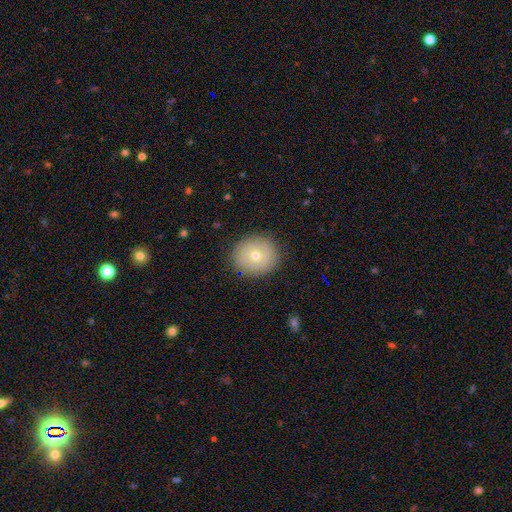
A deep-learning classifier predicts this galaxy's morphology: type=smooth (60%); roundness=round (80%); merging=none (87%).